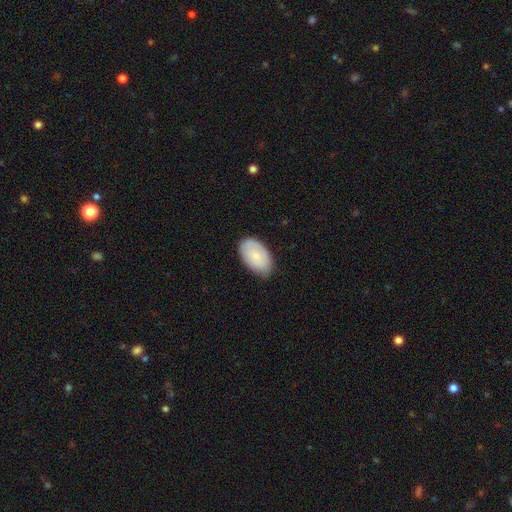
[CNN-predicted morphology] A smooth galaxy with no disk features (75%) that is in between round and cigar-shaped (94%).

Vote fractions:
- Smooth or featured? smooth: 75% / featured or disk: 19% / star or artifact: 6%
- How rounded? in between: 94% / round: 5% / cigar-shaped: 1%
- Merging? none: 75% / minor disturbance: 21% / major disturbance: 3% / merger: 1%